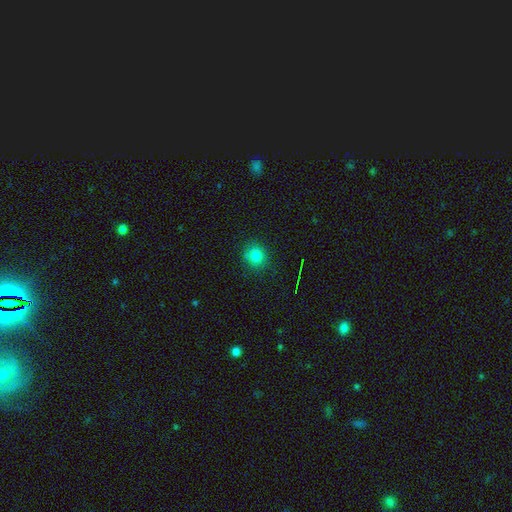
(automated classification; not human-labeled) A smooth galaxy with no disk features (79%) that is round (82%).

Vote fractions:
- Smooth or featured? smooth: 79% / star or artifact: 15% / featured or disk: 6%
- How rounded? round: 82% / in between: 17% / cigar-shaped: 1%
- Merging? none: 85% / minor disturbance: 10% / major disturbance: 3% / merger: 2%